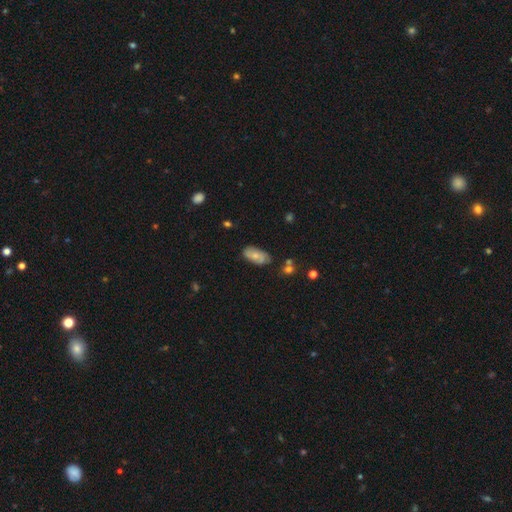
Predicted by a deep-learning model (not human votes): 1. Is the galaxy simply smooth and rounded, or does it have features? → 55% smooth, 37% featured or disk, 8% star or artifact.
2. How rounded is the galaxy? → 90% in between, 6% cigar-shaped, 4% round.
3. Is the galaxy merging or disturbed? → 69% none, 23% minor disturbance, 5% major disturbance, 4% merger.